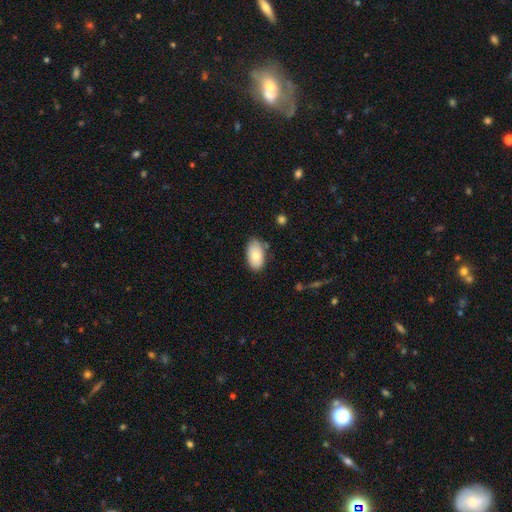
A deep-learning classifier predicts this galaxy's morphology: Smooth or featured? smooth (80%)
How rounded? in between (95%)
Merging? none (74%)